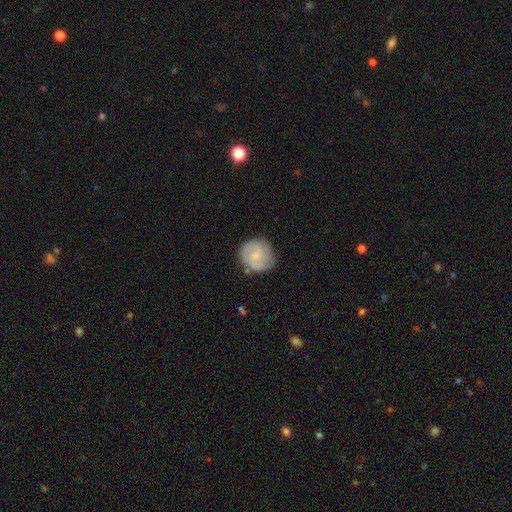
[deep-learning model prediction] featured or disk 49%, smooth 45%, star or artifact 6%. Down the decision tree: merging — none (74%).